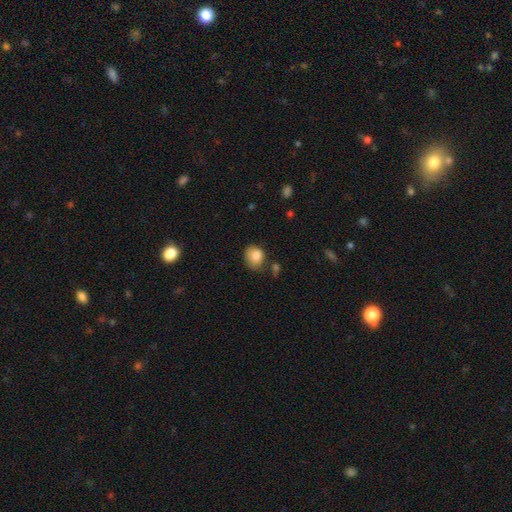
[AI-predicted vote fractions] This is clearly a smooth galaxy (85%). How rounded: possibly round (56%). Merging: possibly none (57%).